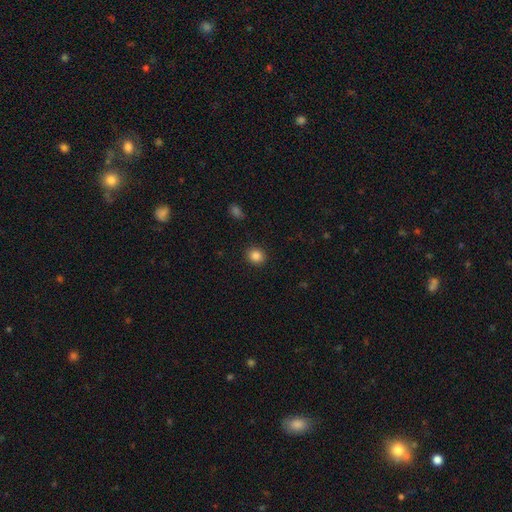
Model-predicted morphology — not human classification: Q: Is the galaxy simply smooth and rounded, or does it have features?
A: smooth — 86%.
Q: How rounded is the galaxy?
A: round — 79%.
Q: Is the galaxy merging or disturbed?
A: none — 91%.